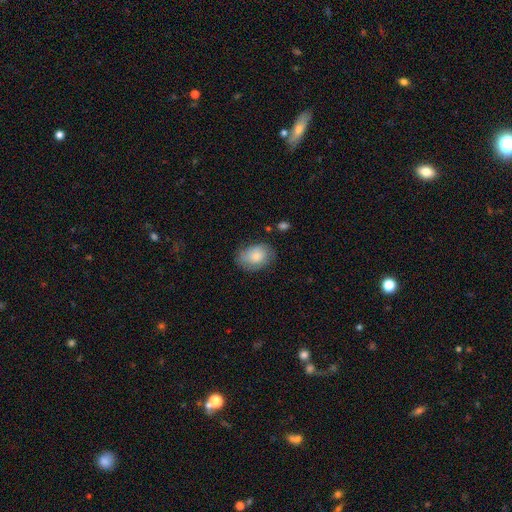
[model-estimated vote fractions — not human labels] smooth 71%, featured or disk 22%, star or artifact 7%. Down the decision tree: how rounded — in between (77%); merging — none (68%).